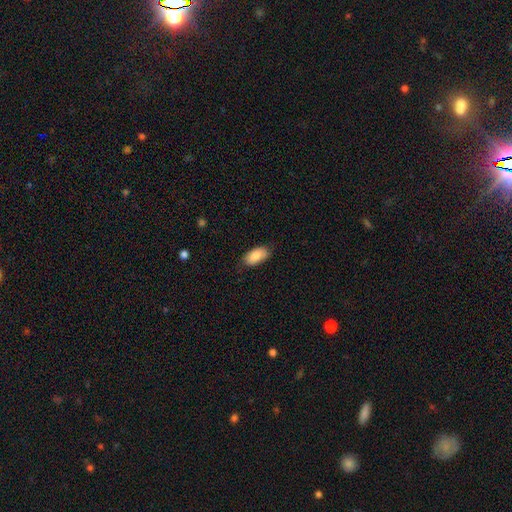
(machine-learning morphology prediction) Smooth or featured?
  - smooth: 84% *
  - featured or disk: 10%
  - star or artifact: 6%
How rounded?
  - in between: 94% *
  - cigar-shaped: 3%
  - round: 3%
Merging?
  - none: 80% *
  - minor disturbance: 16%
  - major disturbance: 3%
  - merger: 1%